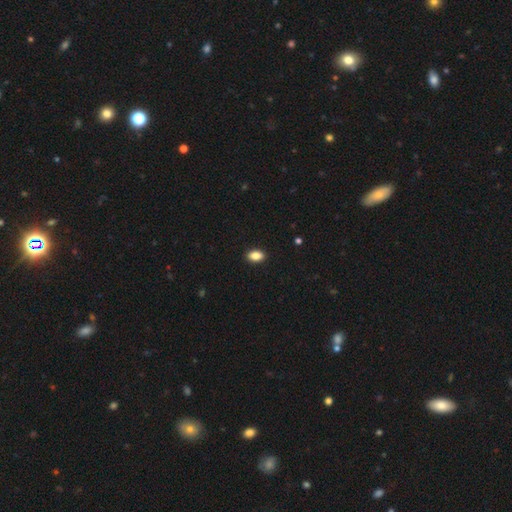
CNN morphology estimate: Smooth or featured: smooth — 86% (star or artifact — 8%)
How rounded: in between — 89% (round — 9%)
Merging: none — 91% (minor disturbance — 7%)